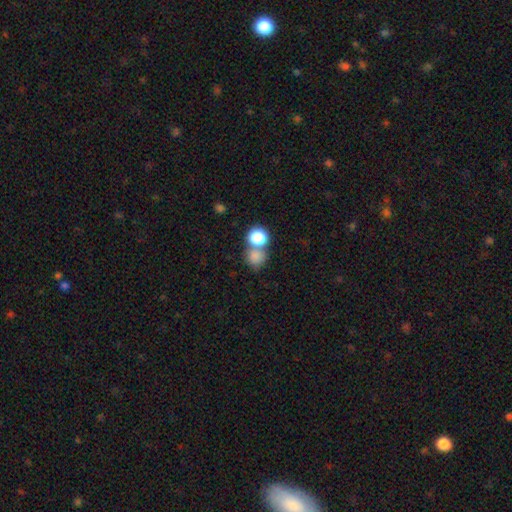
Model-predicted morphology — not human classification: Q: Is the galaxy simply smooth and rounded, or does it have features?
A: smooth — 80%.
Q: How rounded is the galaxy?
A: round — 79%.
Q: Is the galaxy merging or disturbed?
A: merger — 45%.